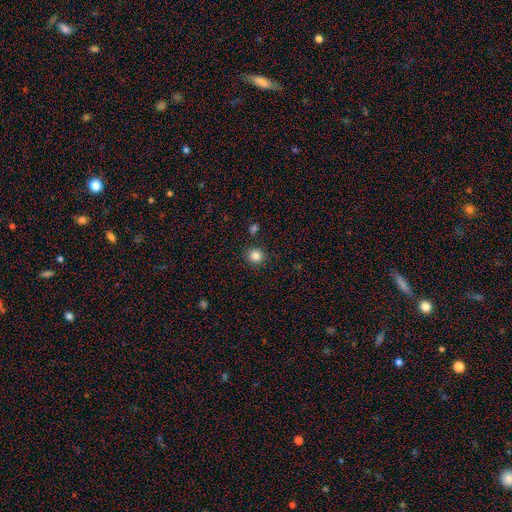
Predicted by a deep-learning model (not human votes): This appears to be a smooth galaxy with no disk features (84%) that is round (87%). Merging: none (88%).